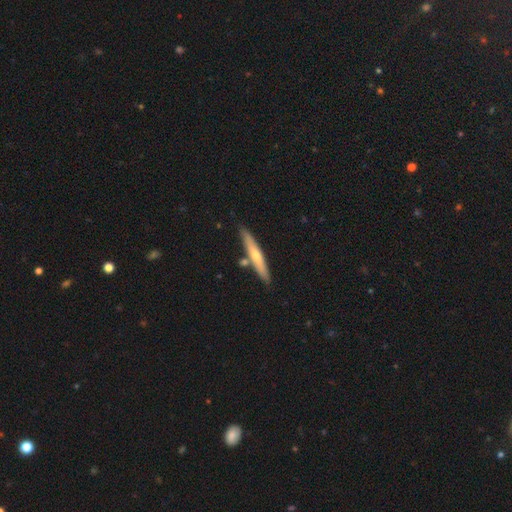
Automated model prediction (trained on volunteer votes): smooth-or-featured: smooth: 48% | featured or disk: 47% | star or artifact: 6%
  merging: none: 80% | minor disturbance: 10% | merger: 8% | major disturbance: 2%